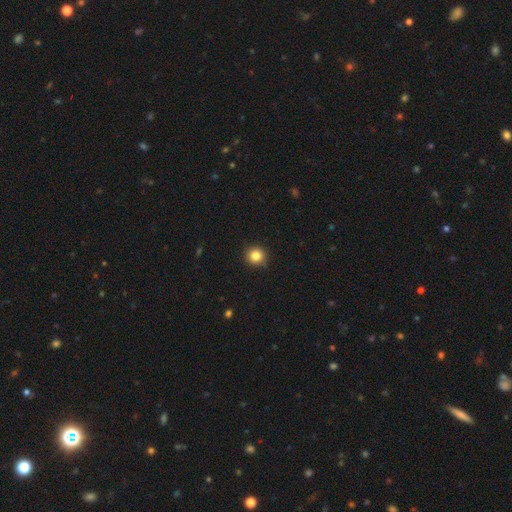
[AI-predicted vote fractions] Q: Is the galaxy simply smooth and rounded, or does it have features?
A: smooth — 84%.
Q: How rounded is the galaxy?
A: round — 94%.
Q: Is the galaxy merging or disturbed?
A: none — 89%.